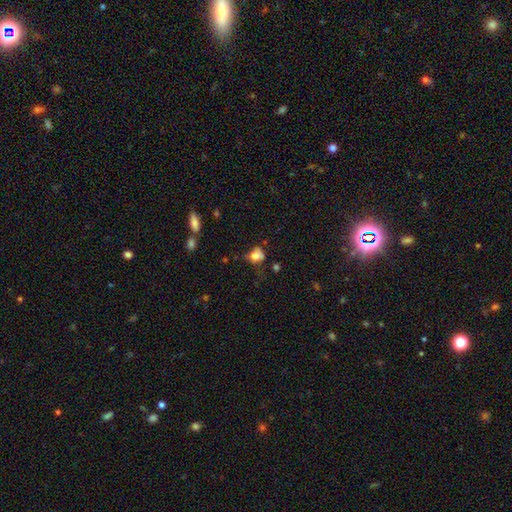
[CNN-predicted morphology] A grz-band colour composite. It shows a smooth galaxy with no disk features (74%) that is in between round and cigar-shaped (51%). Merging: none (35%).